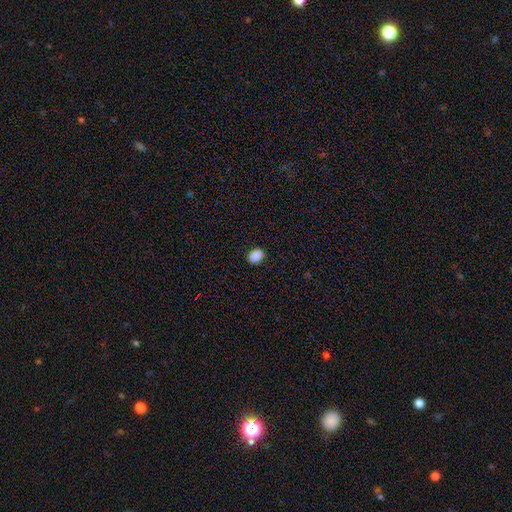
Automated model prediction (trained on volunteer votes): Smooth or featured: smooth — 88% (star or artifact — 9%)
How rounded: in between — 66% (round — 32%)
Merging: none — 89% (minor disturbance — 8%)